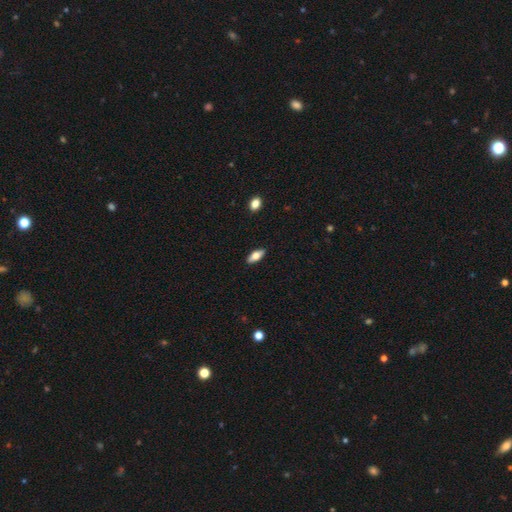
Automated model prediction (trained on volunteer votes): smooth-or-featured: smooth: 62% | featured or disk: 32% | star or artifact: 7%
  how-rounded: in between: 76% | cigar-shaped: 21% | round: 3%
  merging: none: 89% | minor disturbance: 8% | major disturbance: 2% | merger: 1%